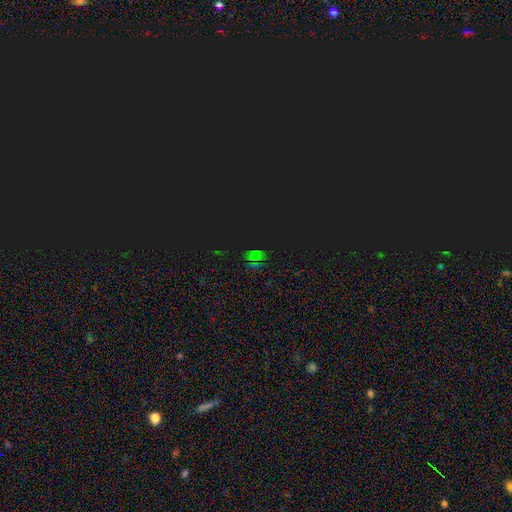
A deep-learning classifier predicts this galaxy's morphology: The model was most divided on "smooth or featured": star or artifact: 69%, smooth: 22%, featured or disk: 9%.